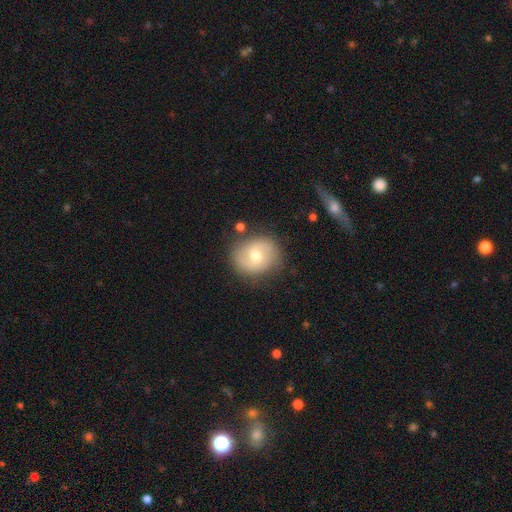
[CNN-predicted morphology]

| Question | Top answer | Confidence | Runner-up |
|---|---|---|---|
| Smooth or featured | featured or disk | 53% | smooth (40%) |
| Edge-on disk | no | 97% | yes (3%) |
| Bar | no | 48% | weak (43%) |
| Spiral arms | yes | 81% | no (19%) |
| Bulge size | moderate | 68% | small (25%) |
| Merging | none | 80% | minor disturbance (13%) |